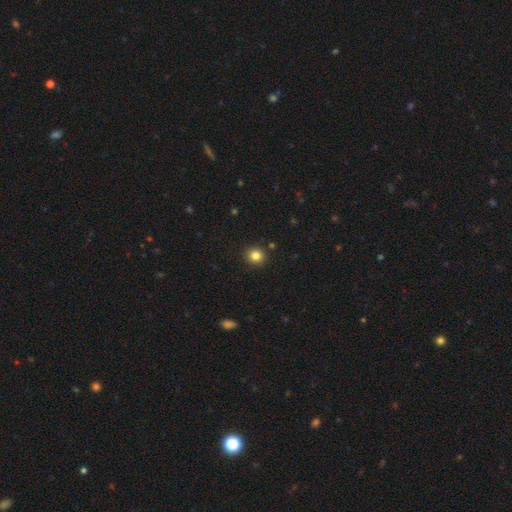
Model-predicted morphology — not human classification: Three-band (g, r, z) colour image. It shows a smooth galaxy with no disk features (83%) that is round (89%). Merging: none (91%).